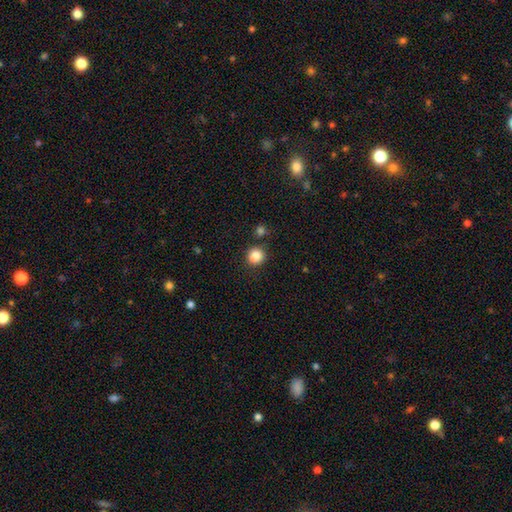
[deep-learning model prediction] A smooth galaxy with no disk features (86%) that is round (87%).

Vote fractions:
- Smooth or featured? smooth: 86% / star or artifact: 10% / featured or disk: 4%
- How rounded? round: 87% / in between: 12% / cigar-shaped: 1%
- Merging? none: 80% / minor disturbance: 10% / merger: 7% / major disturbance: 3%